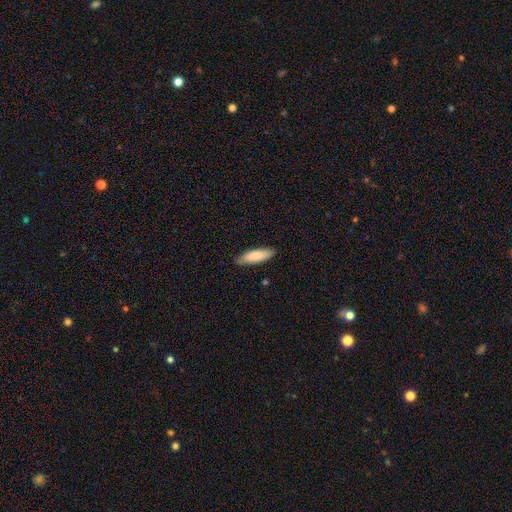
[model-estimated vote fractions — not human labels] Smooth or featured? Predicted: smooth (p=0.81). How rounded? Predicted: cigar-shaped (p=0.60). Merging? Predicted: none (p=0.85).